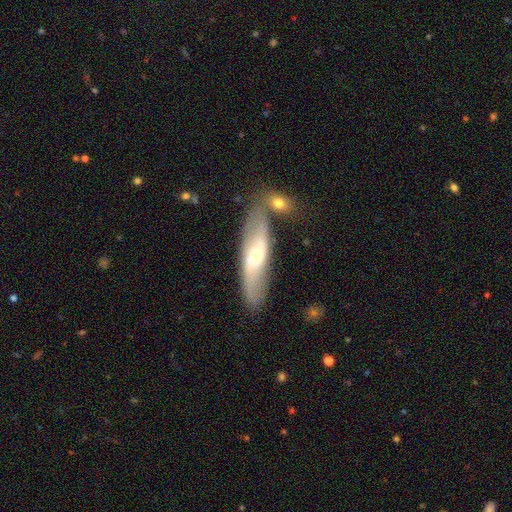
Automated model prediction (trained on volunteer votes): Overall: featured or disk (57%; smooth 37%). Edge-on disk: no (66%; yes 34%). Merging: none (61%).